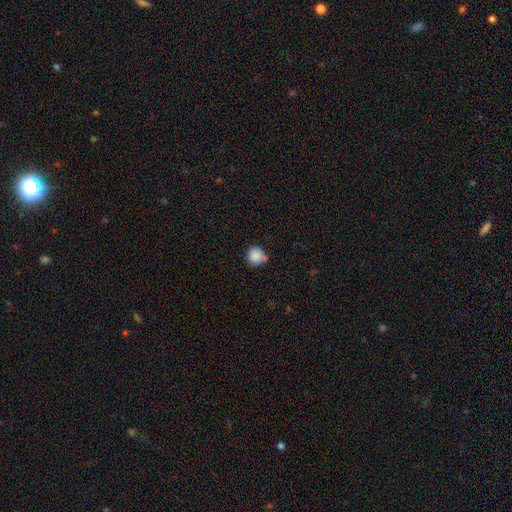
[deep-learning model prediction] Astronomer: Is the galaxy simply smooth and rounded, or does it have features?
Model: smooth — 87%.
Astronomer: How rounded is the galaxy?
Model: round — 91%.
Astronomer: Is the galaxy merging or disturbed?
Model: none — 67%.